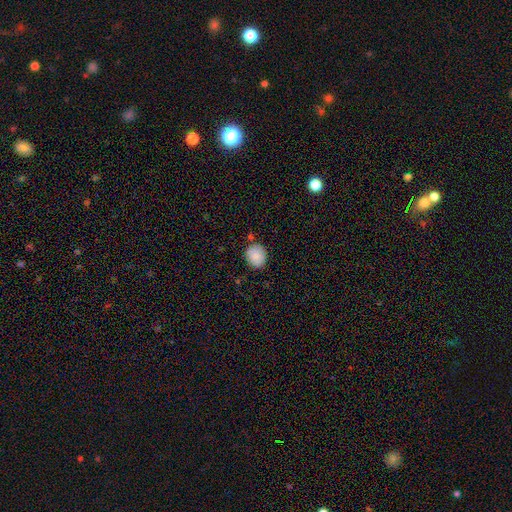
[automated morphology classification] A smooth galaxy with no disk features (88%) that is round (74%).

Vote fractions:
- Smooth or featured? smooth: 88% / star or artifact: 8% / featured or disk: 5%
- How rounded? round: 74% / in between: 25% / cigar-shaped: 1%
- Merging? none: 78% / minor disturbance: 14% / merger: 4% / major disturbance: 3%